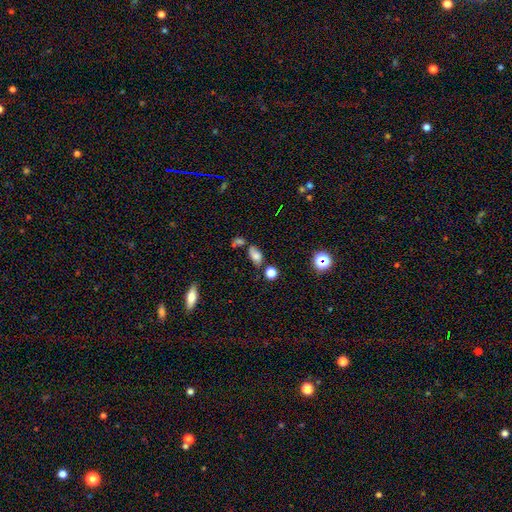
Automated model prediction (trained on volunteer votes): smooth_or_featured: smooth (p=0.73) [alt: star or artifact p=0.15]
how_rounded: in between (p=0.78) [alt: round p=0.17]
merging: none (p=0.56) [alt: merger p=0.19]